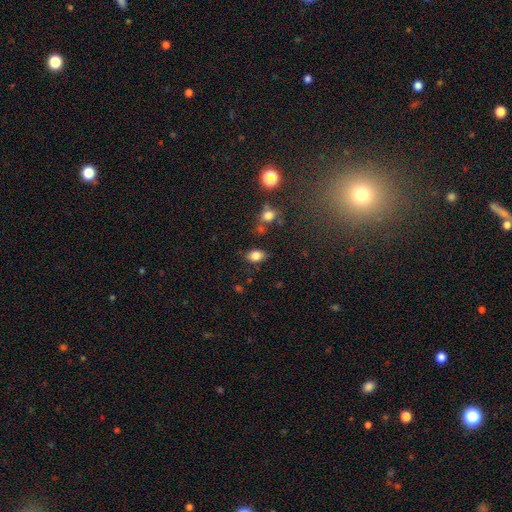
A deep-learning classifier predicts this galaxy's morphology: Smooth or featured: smooth — 82% (star or artifact — 11%)
How rounded: in between — 80% (round — 19%)
Merging: none — 76% (minor disturbance — 15%)